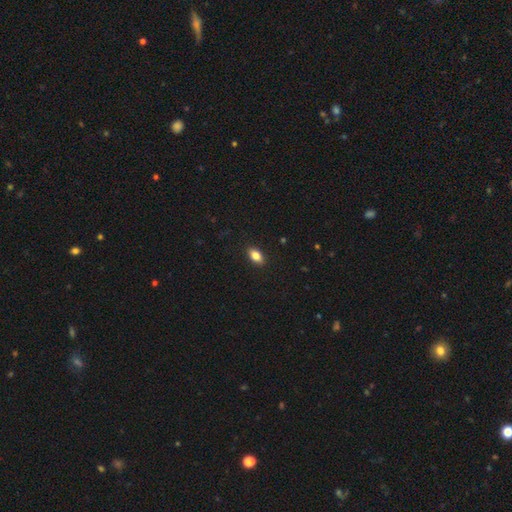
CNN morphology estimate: The model was most divided on "smooth or featured": smooth: 82%, featured or disk: 9%, star or artifact: 8%. More confident: merging — none (89%); how rounded — in between (88%).